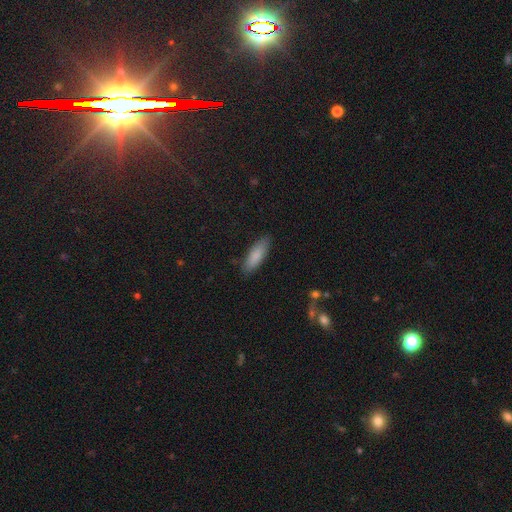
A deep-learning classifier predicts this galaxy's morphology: The model was most divided on "how rounded": in between: 52%, cigar-shaped: 46%, round: 2%. More confident: merging — none (86%); smooth or featured — smooth (85%).